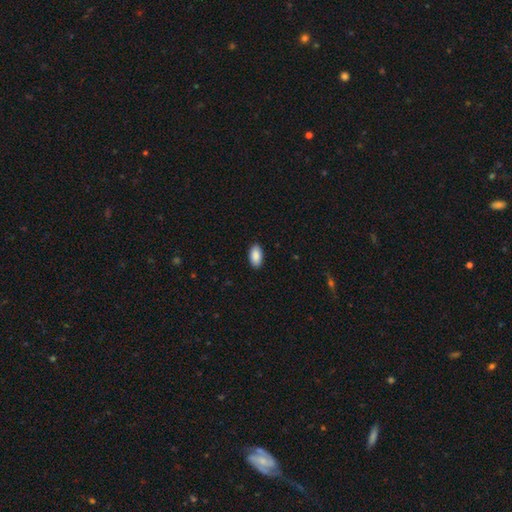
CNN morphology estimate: Smooth or featured?
  - smooth: 90% *
  - star or artifact: 6%
  - featured or disk: 4%
How rounded?
  - in between: 95% *
  - round: 3%
  - cigar-shaped: 2%
Merging?
  - none: 90% *
  - minor disturbance: 7%
  - major disturbance: 2%
  - merger: 1%